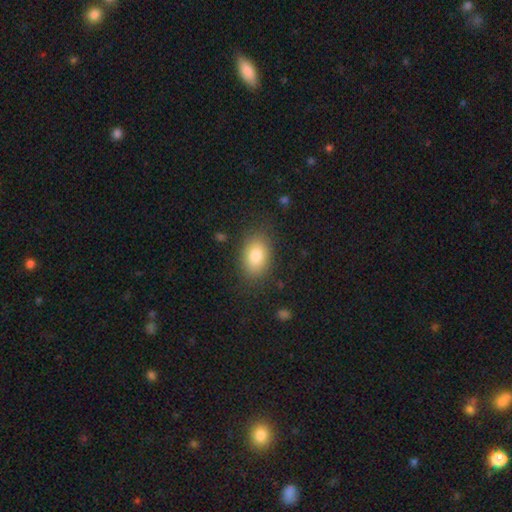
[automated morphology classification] type=smooth (82%); roundness=in between (84%); merging=none (83%).